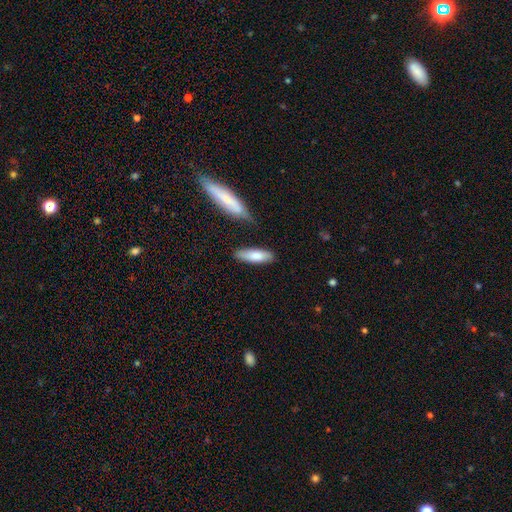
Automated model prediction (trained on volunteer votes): smooth_or_featured: smooth (p=0.81) [alt: featured or disk p=0.14]
how_rounded: in between (p=0.51) [alt: cigar-shaped p=0.47]
merging: none (p=0.71) [alt: minor disturbance p=0.18]